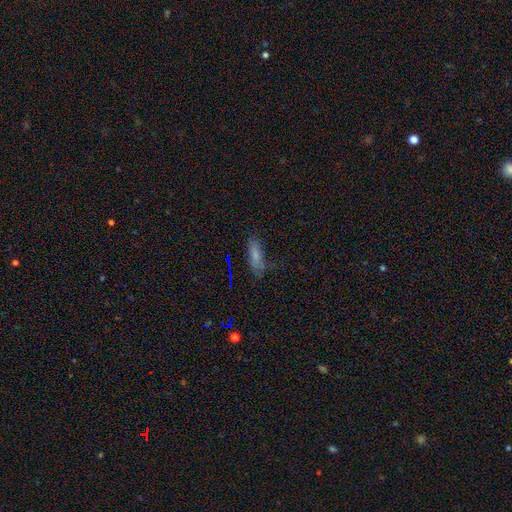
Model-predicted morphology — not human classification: Smooth or featured? smooth (68%)
How rounded? in between (62%)
Merging? none (67%)